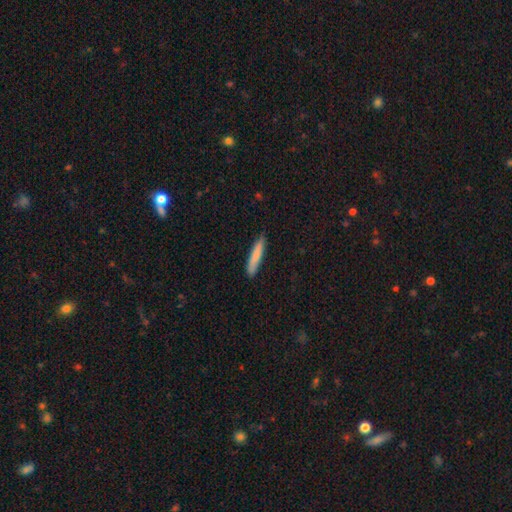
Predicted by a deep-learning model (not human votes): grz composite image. It shows a smooth galaxy with no disk features (81%) that is cigar-shaped (91%). Merging: none (85%).